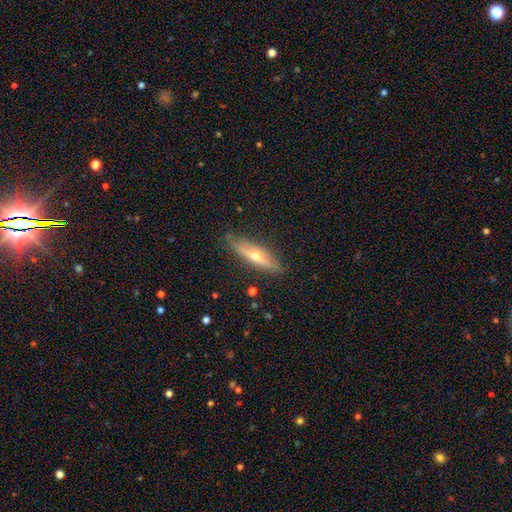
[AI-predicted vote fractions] Overall: featured or disk (60%; smooth 33%). Edge-on disk: yes (89%). Edge-on bulge: rounded (88%). Merging: none (85%).